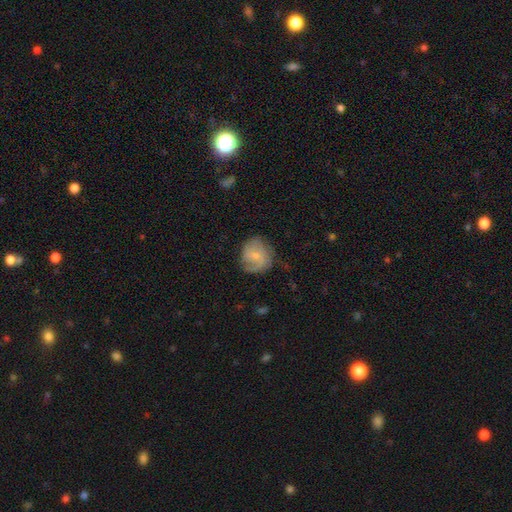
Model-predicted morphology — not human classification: Smooth or featured? featured or disk (62%)
Edge-on disk? no (98%)
Bar? no (67%)
Spiral arms? yes (89%)
Spiral winding? medium (42%)
Spiral arm count? 2 (39%)
Bulge size? small (67%)
Merging? none (66%)